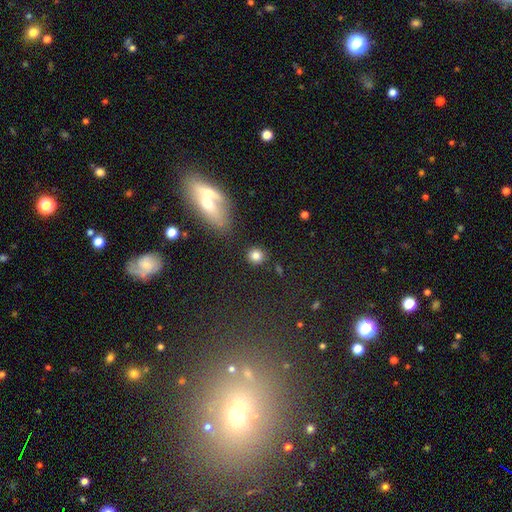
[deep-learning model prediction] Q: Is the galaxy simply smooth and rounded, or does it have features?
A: smooth — 83%.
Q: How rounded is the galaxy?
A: round — 87%.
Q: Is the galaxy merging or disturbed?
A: none — 84%.